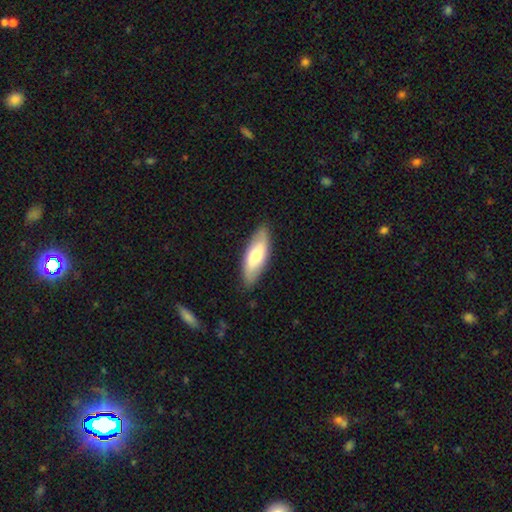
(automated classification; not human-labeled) Overall: smooth (62%; featured or disk 33%). How rounded: in between (68%; cigar-shaped 30%). Merging: none (85%).